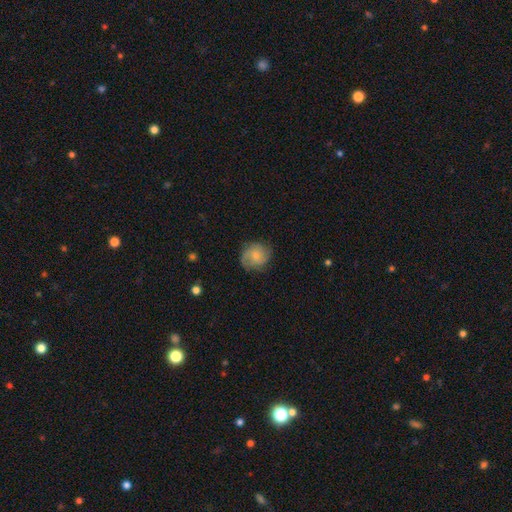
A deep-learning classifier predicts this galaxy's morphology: Smooth or featured: smooth — 57% (featured or disk — 35%)
How rounded: round — 79% (in between — 20%)
Merging: none — 71% (minor disturbance — 21%)